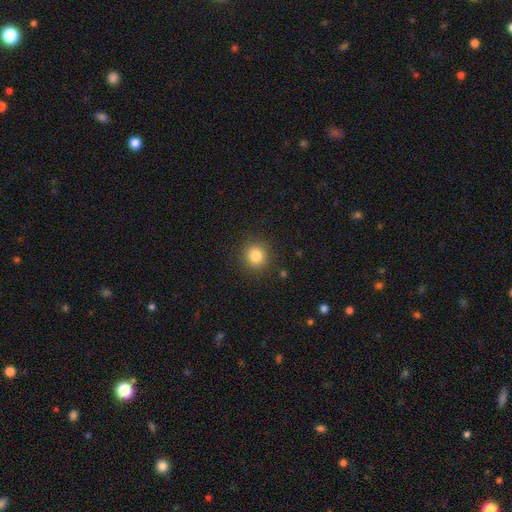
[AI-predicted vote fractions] Smooth or featured? smooth (84%)
How rounded? round (90%)
Merging? none (89%)